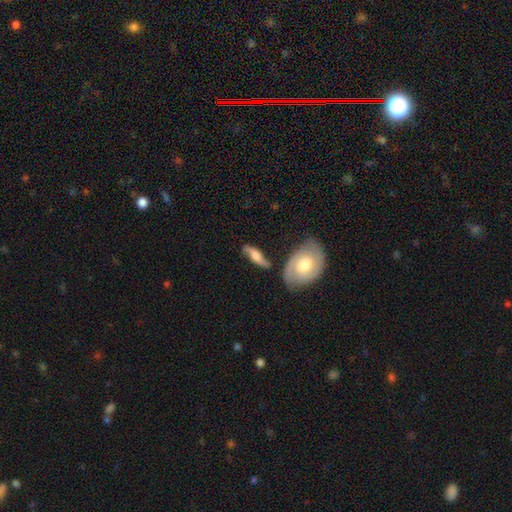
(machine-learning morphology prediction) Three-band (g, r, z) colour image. It shows a featured or disk galaxy (57%). Merging: none (62%).